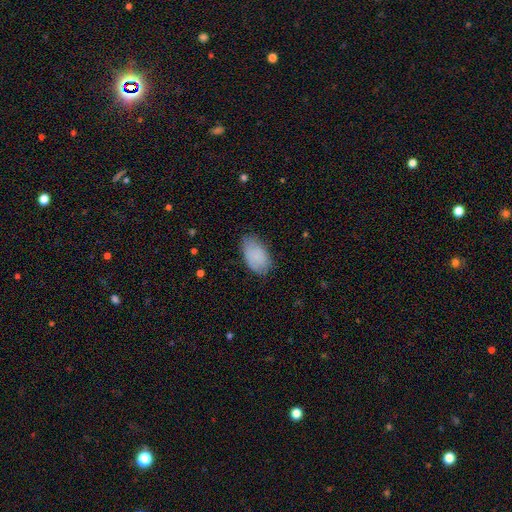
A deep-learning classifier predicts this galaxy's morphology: Smooth or featured? smooth (85%)
How rounded? in between (93%)
Merging? none (69%)